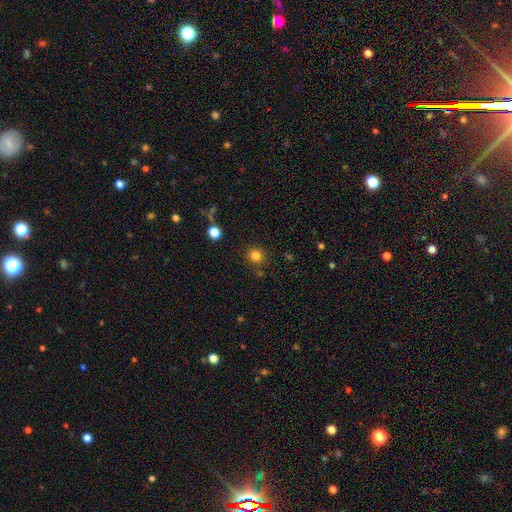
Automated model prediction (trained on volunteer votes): The model was most divided on "smooth or featured": smooth: 81%, star or artifact: 13%, featured or disk: 5%. More confident: how rounded — round (91%); merging — none (86%).